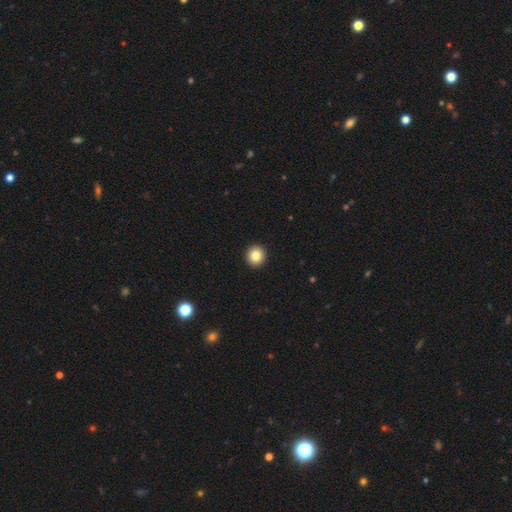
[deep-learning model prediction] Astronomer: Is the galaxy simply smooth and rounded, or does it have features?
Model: smooth — 84%.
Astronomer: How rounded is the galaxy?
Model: round — 93%.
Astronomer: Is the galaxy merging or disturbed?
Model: none — 94%.